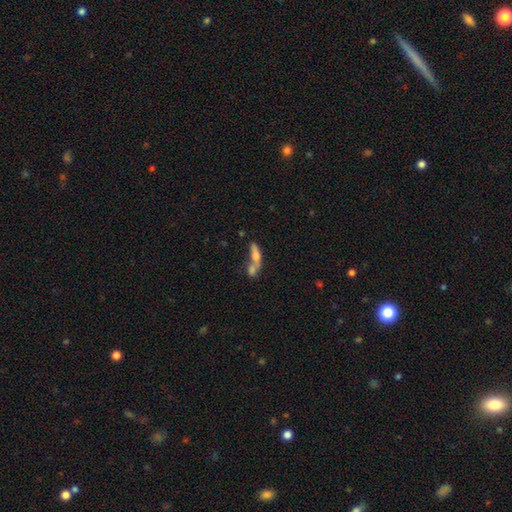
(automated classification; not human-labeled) Smooth or featured?
  - smooth: 57% *
  - featured or disk: 33%
  - star or artifact: 10%
How rounded?
  - cigar-shaped: 53% *
  - in between: 42%
  - round: 6%
Merging?
  - merger: 58% *
  - none: 23%
  - minor disturbance: 10%
  - major disturbance: 9%